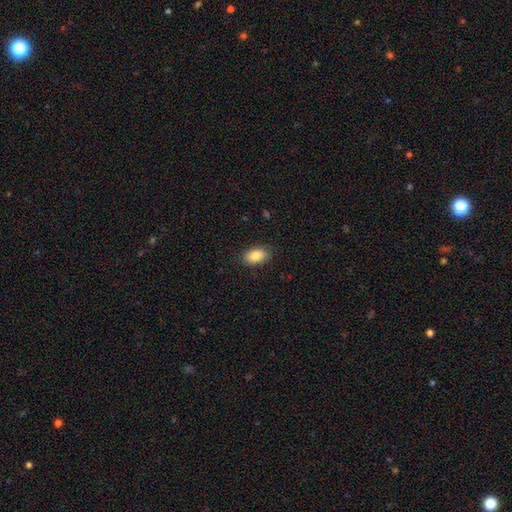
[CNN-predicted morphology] A smooth galaxy with no disk features (86%) that is in between round and cigar-shaped (90%). Merging: none (87%).